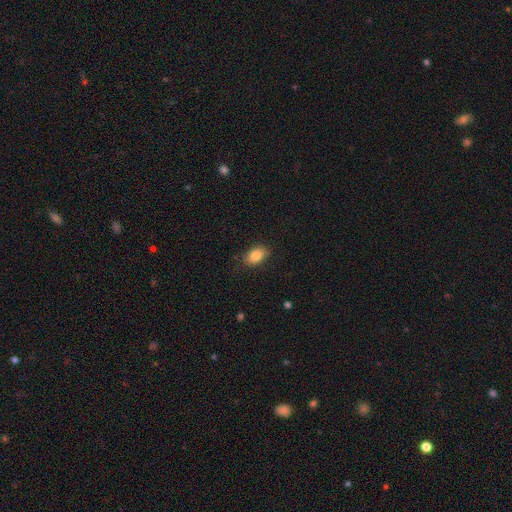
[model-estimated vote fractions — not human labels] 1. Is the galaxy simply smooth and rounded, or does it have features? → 85% smooth, 8% star or artifact, 7% featured or disk.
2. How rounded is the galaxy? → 88% in between, 10% round, 2% cigar-shaped.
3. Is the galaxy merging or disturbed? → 82% none, 14% minor disturbance, 3% major disturbance, 1% merger.